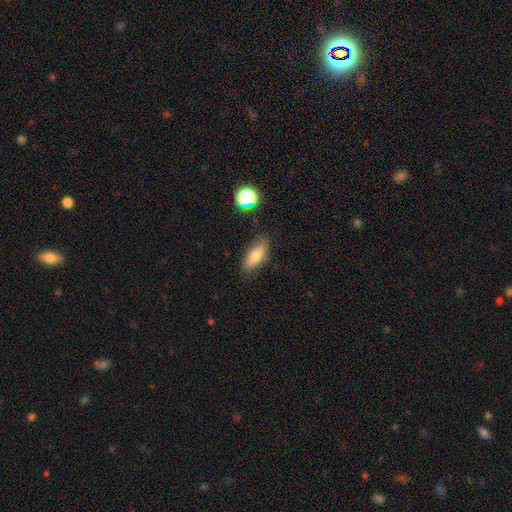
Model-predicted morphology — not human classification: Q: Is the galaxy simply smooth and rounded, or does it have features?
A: smooth — 73%.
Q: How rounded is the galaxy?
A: in between — 66%.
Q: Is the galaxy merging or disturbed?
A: none — 79%.